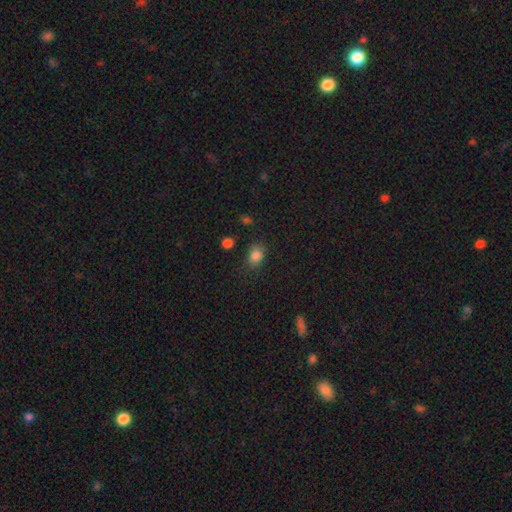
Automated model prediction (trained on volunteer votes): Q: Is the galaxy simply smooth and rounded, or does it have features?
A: smooth — 84%.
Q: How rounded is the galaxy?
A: in between — 58%.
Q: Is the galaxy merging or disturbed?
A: none — 74%.